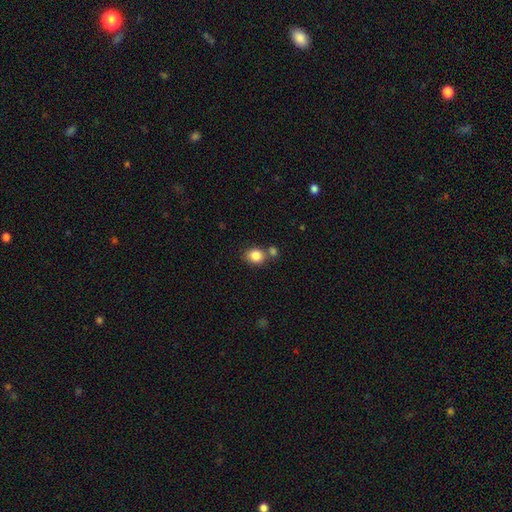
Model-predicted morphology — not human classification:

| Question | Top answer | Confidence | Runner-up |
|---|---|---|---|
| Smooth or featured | smooth | 85% | star or artifact (10%) |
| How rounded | round | 69% | in between (30%) |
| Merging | none | 62% | merger (24%) |